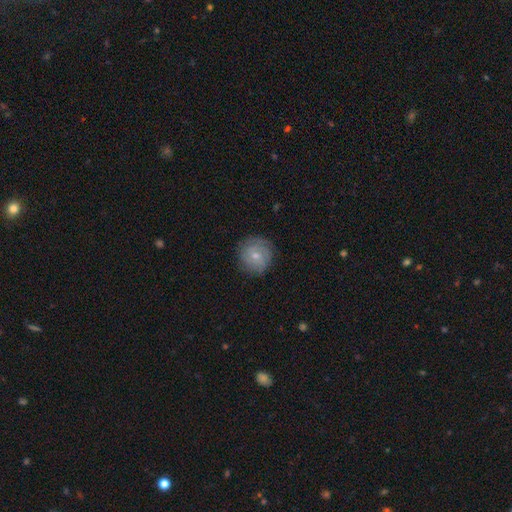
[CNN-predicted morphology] This is possibly a smooth galaxy (54%). How rounded: clearly round (91%). Merging: clearly none (81%).